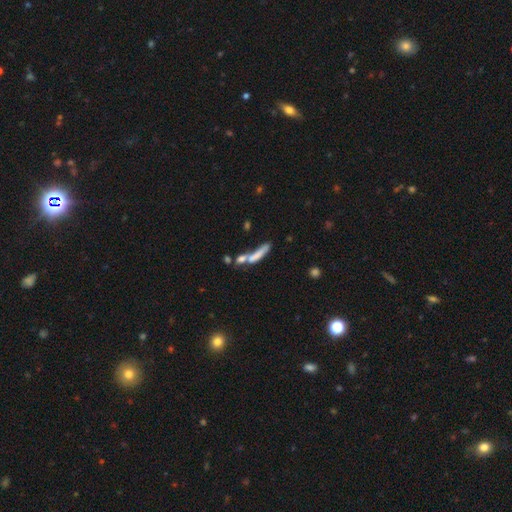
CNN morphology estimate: A smooth galaxy with no disk features (62%) that is cigar-shaped (82%). Merging: merger (39%).